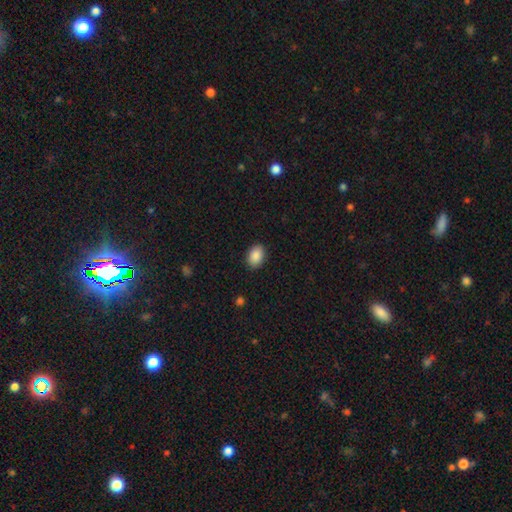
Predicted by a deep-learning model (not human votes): This is clearly a smooth galaxy (89%). How rounded: clearly in between (82%). Merging: clearly none (89%).